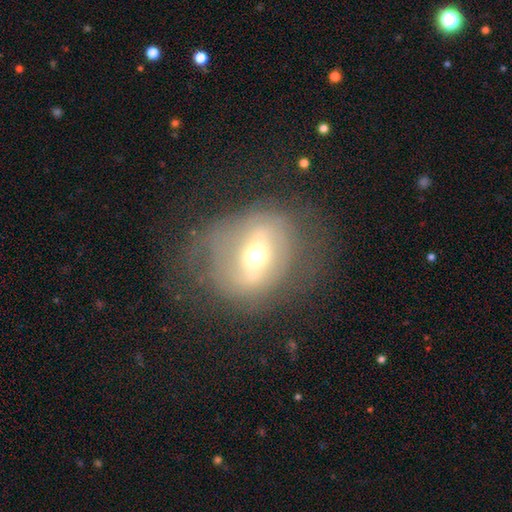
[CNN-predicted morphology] This is likely a featured or disk galaxy (63%). It is clearly not viewed edge-on (91%). Bar: marginally strong (44%). Spiral arm pattern: possibly no (57%). Central bulge: possibly moderate (50%). Merging: likely none (63%).